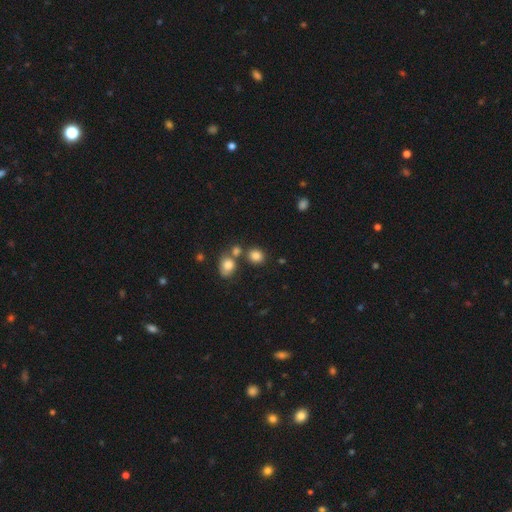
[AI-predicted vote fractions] Smooth or featured: smooth — 83% (star or artifact — 11%)
How rounded: round — 66% (in between — 33%)
Merging: none — 65% (merger — 20%)